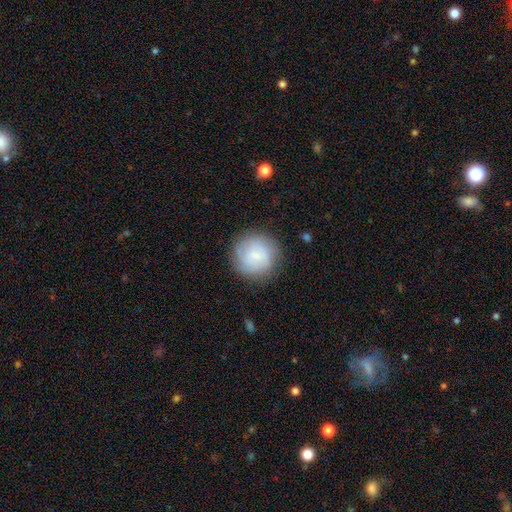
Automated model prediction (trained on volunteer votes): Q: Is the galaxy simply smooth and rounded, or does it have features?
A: smooth — 64%.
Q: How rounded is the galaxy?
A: round — 94%.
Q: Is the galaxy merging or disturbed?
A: none — 82%.